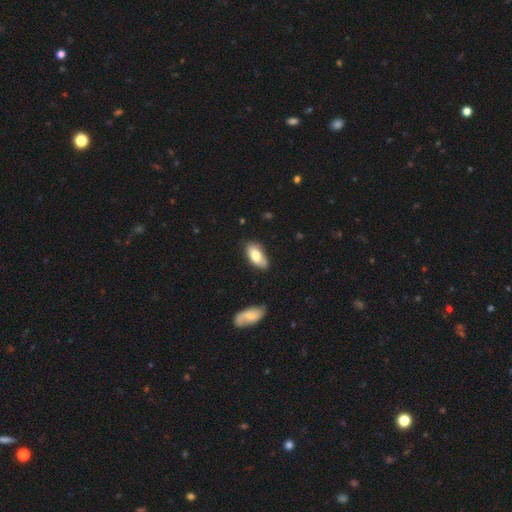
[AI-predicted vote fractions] A smooth galaxy with no disk features (75%) that is in between round and cigar-shaped (91%). Merging: none (71%).